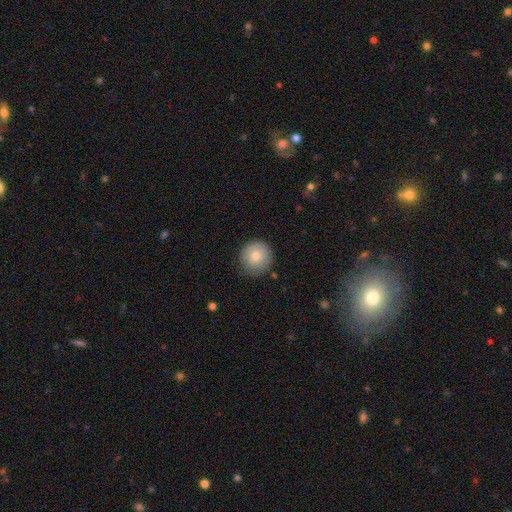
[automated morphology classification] Smooth or featured? Predicted: smooth (p=0.75). How rounded? Predicted: round (p=0.94). Merging? Predicted: none (p=0.82).